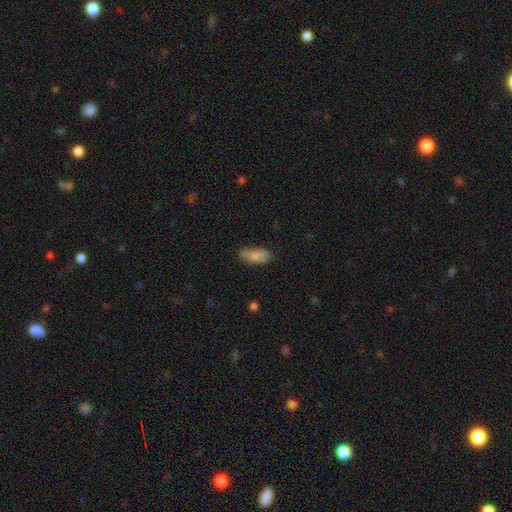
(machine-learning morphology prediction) Smooth or featured?
  - smooth: 79% *
  - featured or disk: 13%
  - star or artifact: 8%
How rounded?
  - in between: 86% *
  - cigar-shaped: 11%
  - round: 3%
Merging?
  - none: 64% *
  - minor disturbance: 26%
  - major disturbance: 7%
  - merger: 4%